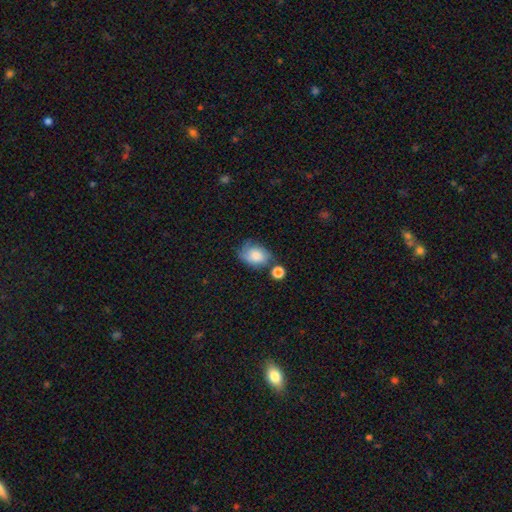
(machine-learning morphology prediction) Q: Smooth or featured?
A: smooth (74%); runner-up: featured or disk (17%)
Q: How rounded?
A: in between (74%); runner-up: round (25%)
Q: Merging?
A: none (51%); runner-up: minor disturbance (28%)